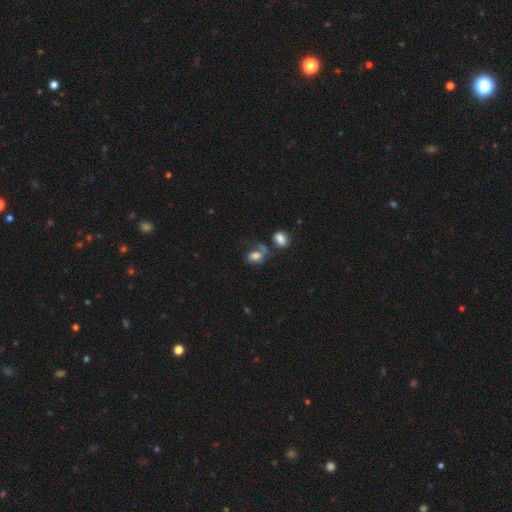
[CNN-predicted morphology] Smooth or featured?
  - smooth: 56% *
  - featured or disk: 33%
  - star or artifact: 11%
How rounded?
  - in between: 79% *
  - round: 19%
  - cigar-shaped: 2%
Merging?
  - merger: 33% *
  - none: 28%
  - major disturbance: 23%
  - minor disturbance: 16%